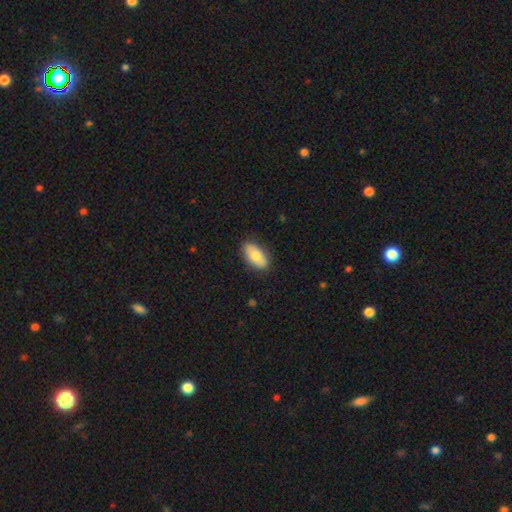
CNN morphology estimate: type=smooth (76%); roundness=in between (92%); merging=none (85%).